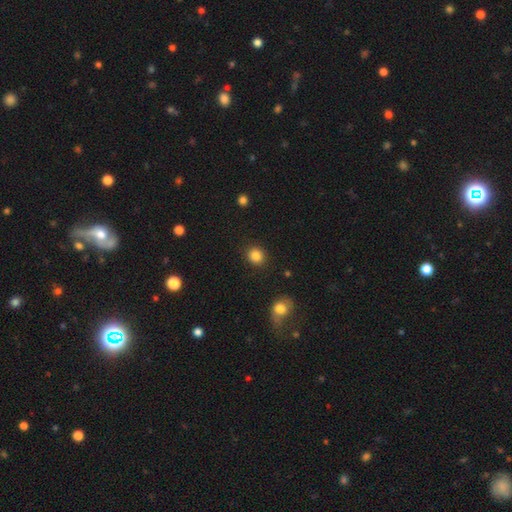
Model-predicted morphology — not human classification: smooth-or-featured: smooth: 85% | star or artifact: 10% | featured or disk: 4%
  how-rounded: round: 86% | in between: 13% | cigar-shaped: 1%
  merging: none: 90% | minor disturbance: 6% | major disturbance: 2% | merger: 2%